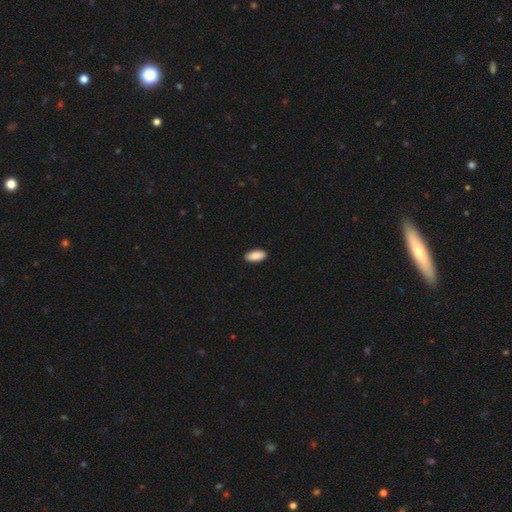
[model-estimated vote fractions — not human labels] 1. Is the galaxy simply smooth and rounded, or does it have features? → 91% smooth, 6% star or artifact, 3% featured or disk.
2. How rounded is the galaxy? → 93% in between, 5% cigar-shaped, 2% round.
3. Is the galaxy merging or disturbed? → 91% none, 7% minor disturbance, 1% major disturbance, 1% merger.